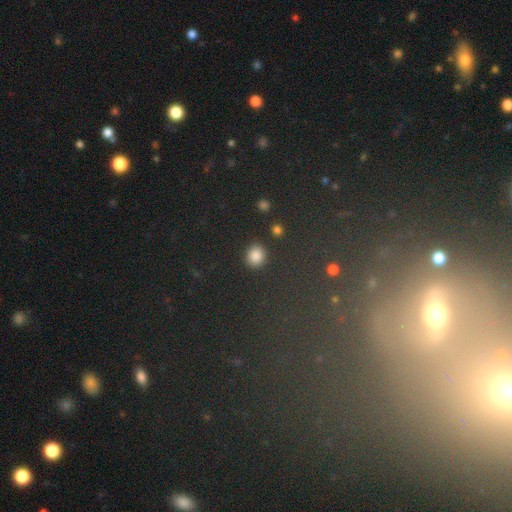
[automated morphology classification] smooth_or_featured: smooth (p=0.85) [alt: star or artifact p=0.11]
how_rounded: round (p=0.81) [alt: in between p=0.18]
merging: none (p=0.87) [alt: minor disturbance p=0.08]